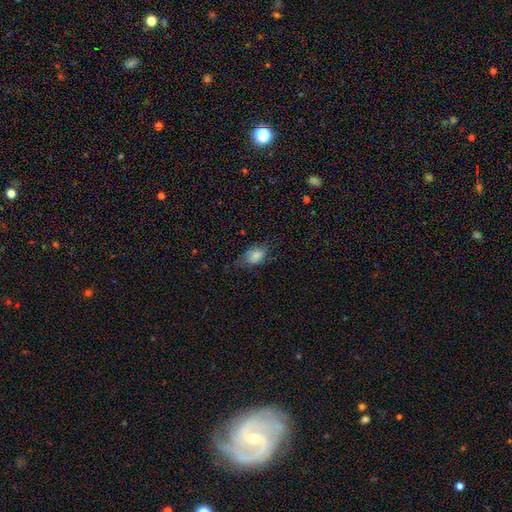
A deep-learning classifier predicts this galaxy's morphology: smooth 78%, featured or disk 13%, star or artifact 9%. Down the decision tree: how rounded — in between (89%); merging — none (52%).